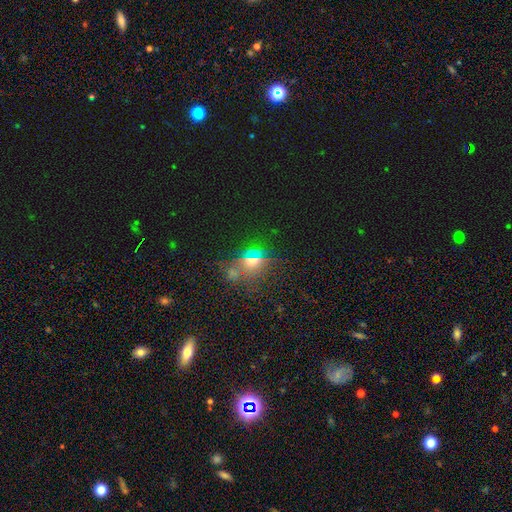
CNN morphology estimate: Smooth or featured? star or artifact (40%)